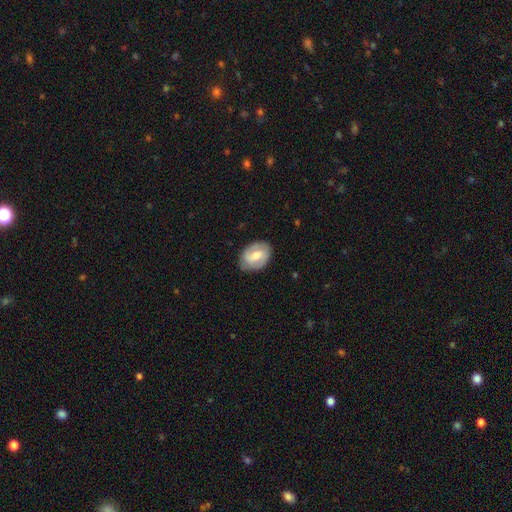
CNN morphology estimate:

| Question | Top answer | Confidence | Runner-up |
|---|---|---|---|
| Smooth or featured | featured or disk | 54% | smooth (40%) |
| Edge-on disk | no | 96% | yes (4%) |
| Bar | weak | 50% | no (30%) |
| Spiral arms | yes | 69% | no (31%) |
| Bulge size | moderate | 67% | small (24%) |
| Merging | none | 82% | minor disturbance (13%) |